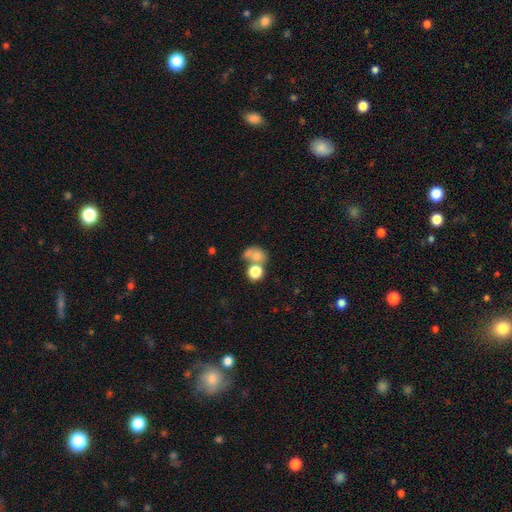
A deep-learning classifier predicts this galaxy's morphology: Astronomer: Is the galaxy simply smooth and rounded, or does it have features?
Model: smooth — 70%.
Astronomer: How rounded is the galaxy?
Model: round — 60% (runner-up: in between, 39%).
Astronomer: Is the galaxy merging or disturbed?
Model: merger — 50% (runner-up: none, 31%).